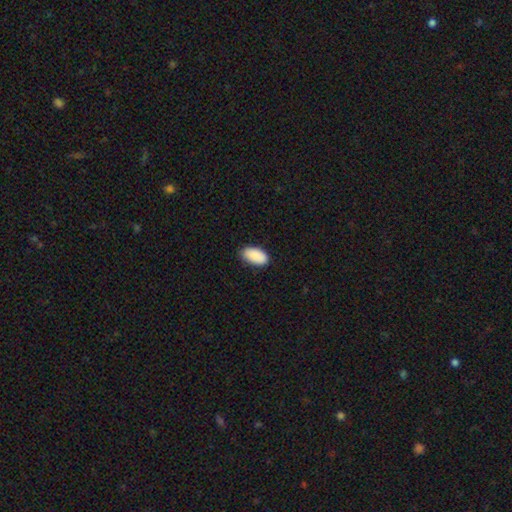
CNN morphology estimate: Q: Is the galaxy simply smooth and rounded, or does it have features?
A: smooth — 90%.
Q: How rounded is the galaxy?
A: in between — 95%.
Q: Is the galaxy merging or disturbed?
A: none — 82%.